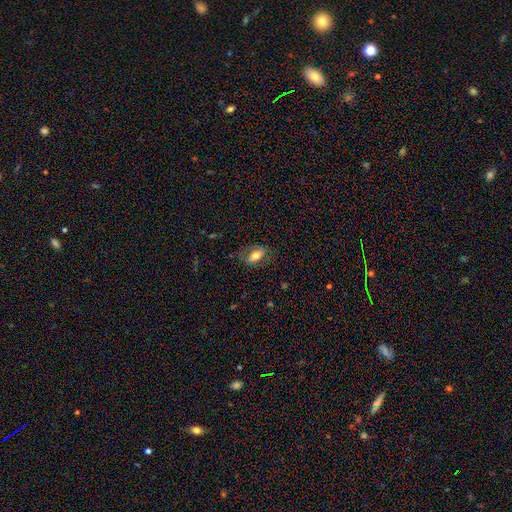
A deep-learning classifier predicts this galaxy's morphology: smooth_or_featured: smooth (p=0.68) [alt: featured or disk p=0.24]
how_rounded: in between (p=0.84) [alt: cigar-shaped p=0.10]
merging: none (p=0.72) [alt: minor disturbance p=0.18]